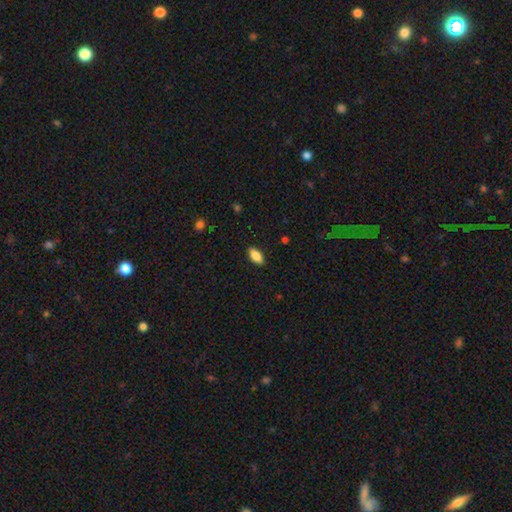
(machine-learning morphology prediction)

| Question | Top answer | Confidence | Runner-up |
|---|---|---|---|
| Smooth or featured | smooth | 85% | featured or disk (8%) |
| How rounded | in between | 89% | cigar-shaped (8%) |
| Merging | none | 89% | minor disturbance (9%) |